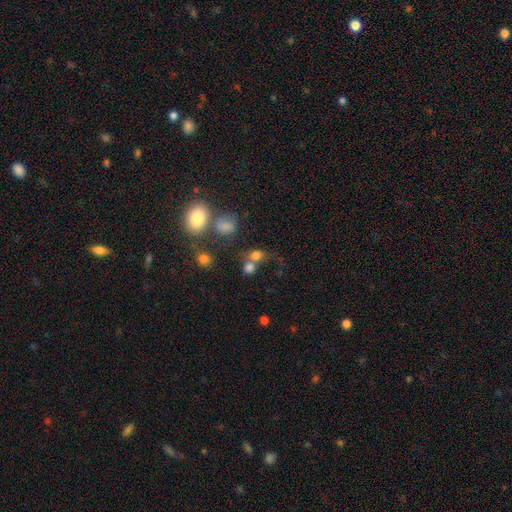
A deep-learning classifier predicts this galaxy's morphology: A smooth galaxy with no disk features (74%) that is round (73%). Merging: merger (41%).